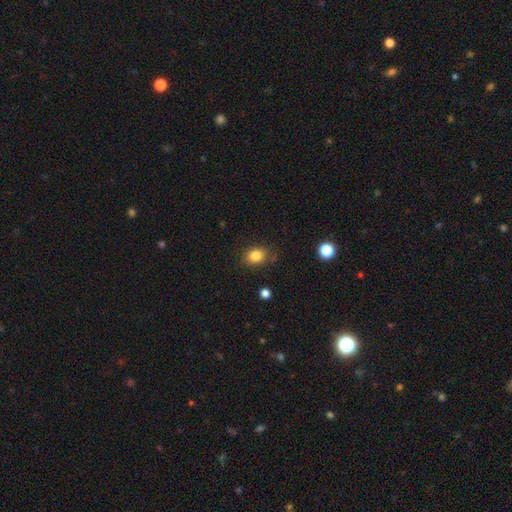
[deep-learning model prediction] Smooth or featured?
  - smooth: 84% *
  - star or artifact: 10%
  - featured or disk: 6%
How rounded?
  - in between: 54% *
  - round: 45%
  - cigar-shaped: 1%
Merging?
  - none: 80% *
  - minor disturbance: 14%
  - major disturbance: 4%
  - merger: 2%